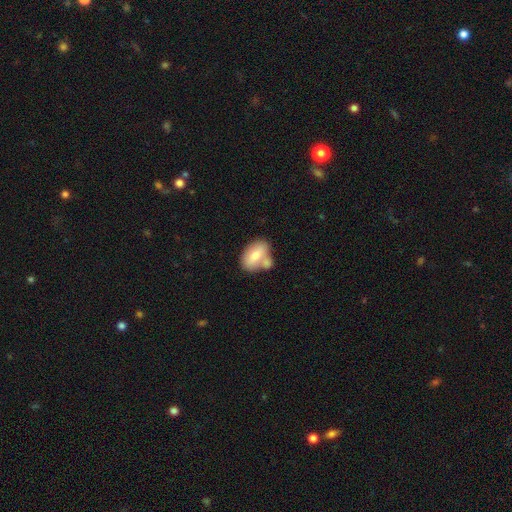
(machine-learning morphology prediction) smooth 72%, featured or disk 22%, star or artifact 7%. Down the decision tree: how rounded — in between (87%); merging — merger (41%).